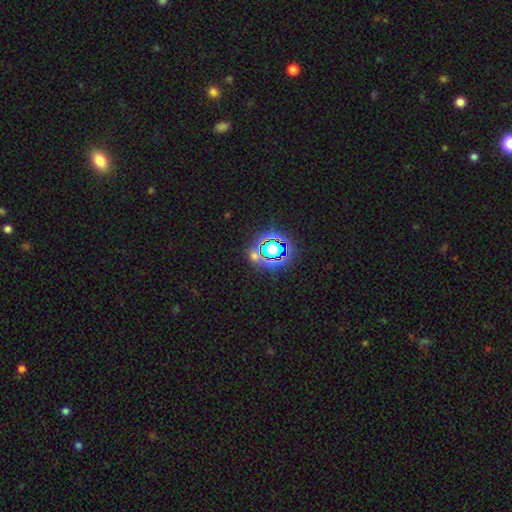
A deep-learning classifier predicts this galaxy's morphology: Smooth or featured: star or artifact — 60% (smooth — 28%)